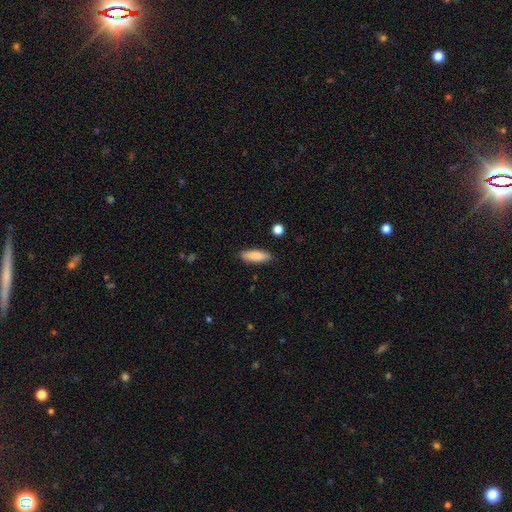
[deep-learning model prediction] This appears to be a smooth galaxy with no disk features (81%) that is in between round and cigar-shaped (51%). Merging: none (87%).